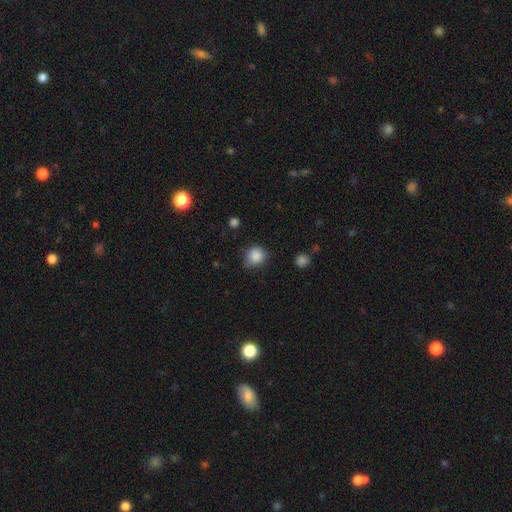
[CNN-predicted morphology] smooth-or-featured: smooth: 86% | star or artifact: 10% | featured or disk: 4%
  how-rounded: round: 78% | in between: 21% | cigar-shaped: 1%
  merging: none: 66% | minor disturbance: 27% | major disturbance: 5% | merger: 2%